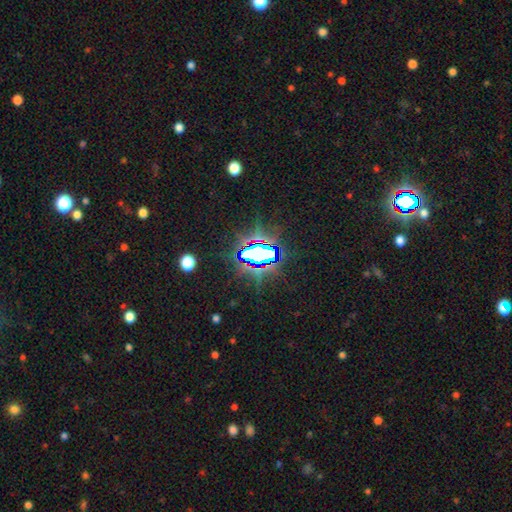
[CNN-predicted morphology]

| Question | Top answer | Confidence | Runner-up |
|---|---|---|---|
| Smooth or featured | star or artifact | 76% | smooth (13%) |